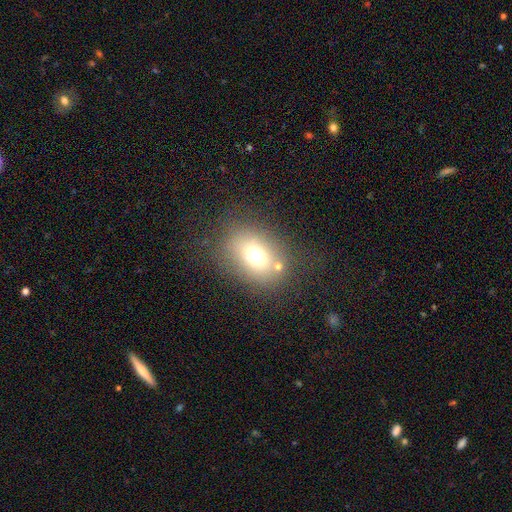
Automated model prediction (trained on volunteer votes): This appears to be a smooth galaxy with no disk features (68%) that is in between round and cigar-shaped (54%). Merging: none (71%).